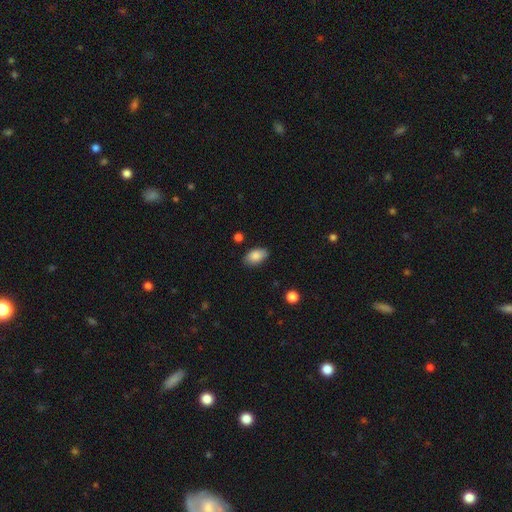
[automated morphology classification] The model was most divided on "merging": none: 83%, minor disturbance: 13%, major disturbance: 3%, merger: 1%. More confident: how rounded — in between (93%); smooth or featured — smooth (86%).